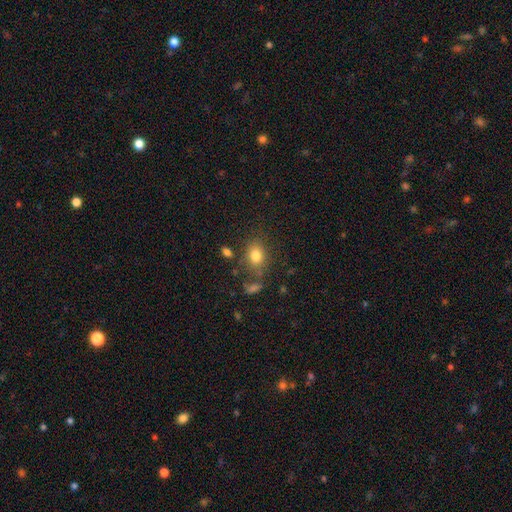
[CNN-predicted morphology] A smooth galaxy with no disk features (80%) that is in between round and cigar-shaped (60%).

Vote fractions:
- Smooth or featured? smooth: 80% / star or artifact: 11% / featured or disk: 9%
- How rounded? in between: 60% / round: 39% / cigar-shaped: 1%
- Merging? none: 73% / minor disturbance: 14% / merger: 7% / major disturbance: 6%